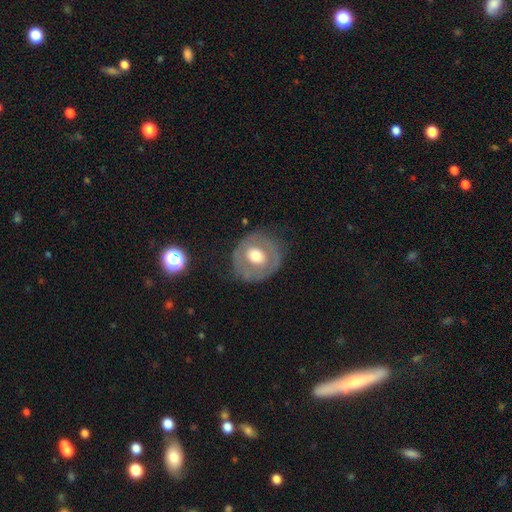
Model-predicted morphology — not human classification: smooth-or-featured: featured or disk: 50% | smooth: 44% | star or artifact: 6%
  merging: none: 72% | minor disturbance: 17% | major disturbance: 9% | merger: 2%